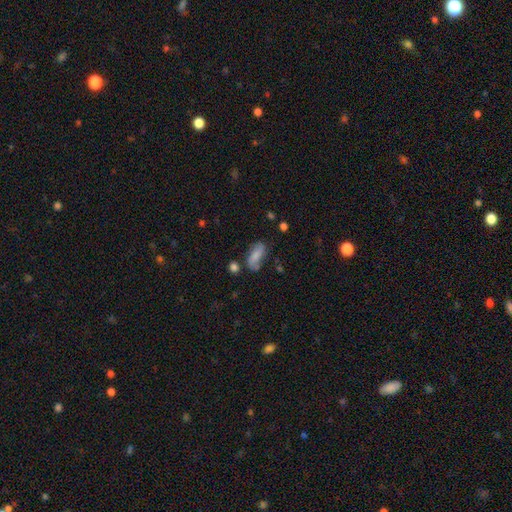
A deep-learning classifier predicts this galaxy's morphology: Smooth or featured? smooth (67%)
How rounded? in between (84%)
Merging? none (53%)